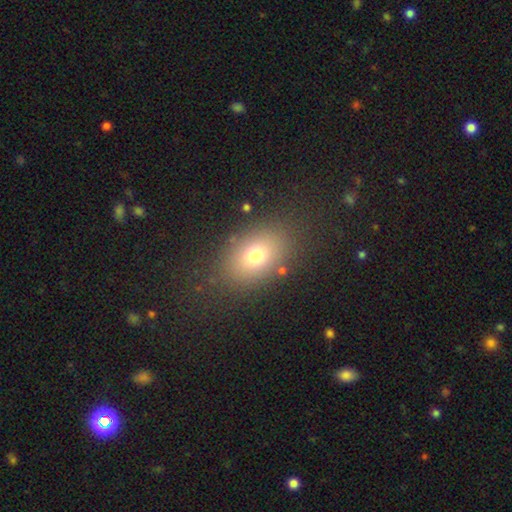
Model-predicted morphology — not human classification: Smooth or featured?
  - smooth: 74% *
  - featured or disk: 13%
  - star or artifact: 13%
How rounded?
  - in between: 79% *
  - round: 20%
  - cigar-shaped: 2%
Merging?
  - none: 83% *
  - minor disturbance: 10%
  - major disturbance: 5%
  - merger: 2%